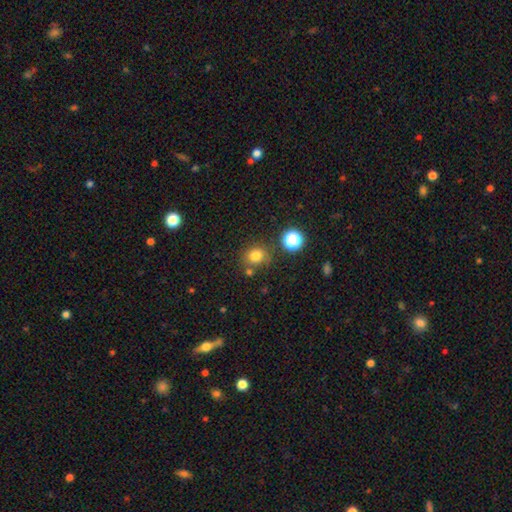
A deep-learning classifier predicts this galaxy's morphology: A smooth galaxy with no disk features (77%) that is round (76%). Merging: none (74%).